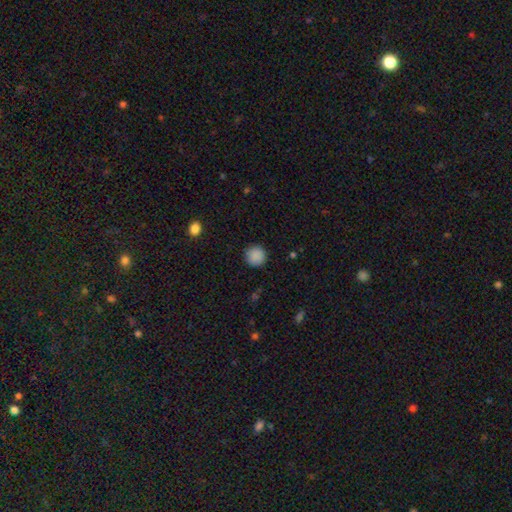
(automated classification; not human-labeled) Smooth or featured? smooth (89%)
How rounded? round (95%)
Merging? none (91%)